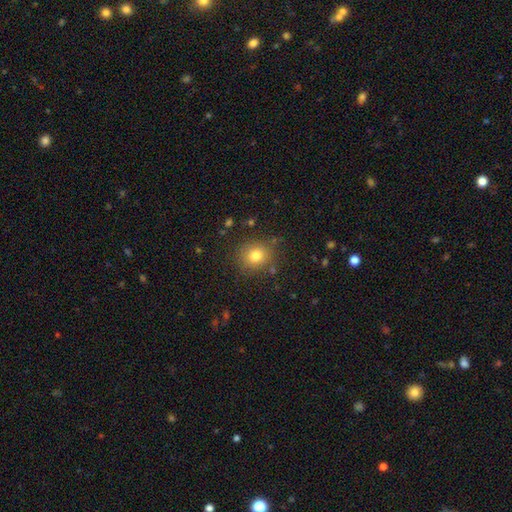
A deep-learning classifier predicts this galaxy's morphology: A smooth galaxy with no disk features (78%) that is round (82%).

Vote fractions:
- Smooth or featured? smooth: 78% / star or artifact: 13% / featured or disk: 9%
- How rounded? round: 82% / in between: 17% / cigar-shaped: 1%
- Merging? none: 82% / minor disturbance: 12% / major disturbance: 4% / merger: 3%